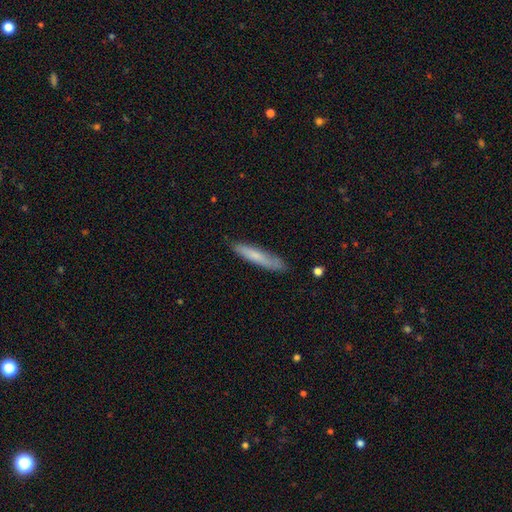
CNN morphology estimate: A smooth galaxy with no disk features (69%) that is cigar-shaped (91%).

Vote fractions:
- Smooth or featured? smooth: 69% / featured or disk: 25% / star or artifact: 6%
- How rounded? cigar-shaped: 91% / in between: 8% / round: 1%
- Merging? none: 83% / minor disturbance: 13% / major disturbance: 2% / merger: 1%